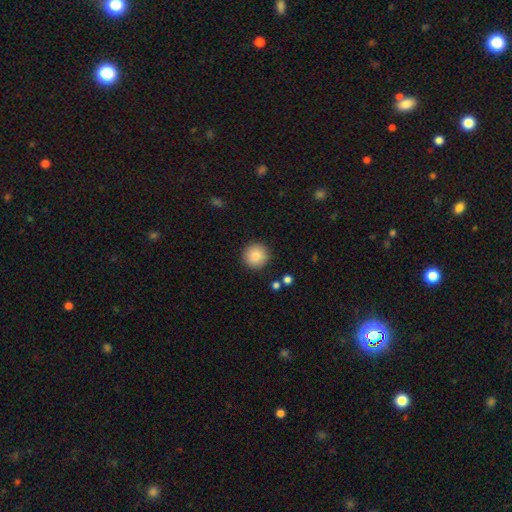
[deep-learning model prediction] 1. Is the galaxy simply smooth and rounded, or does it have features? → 87% smooth, 8% star or artifact, 5% featured or disk.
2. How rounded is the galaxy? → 95% round, 4% in between, 1% cigar-shaped.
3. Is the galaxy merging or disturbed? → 91% none, 5% minor disturbance, 2% major disturbance, 1% merger.